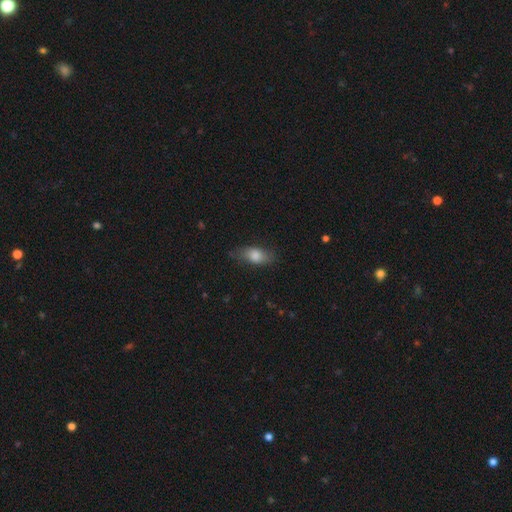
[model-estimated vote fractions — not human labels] Q: Smooth or featured?
A: smooth (78%); runner-up: featured or disk (14%)
Q: How rounded?
A: in between (83%); runner-up: cigar-shaped (11%)
Q: Merging?
A: none (73%); runner-up: minor disturbance (20%)